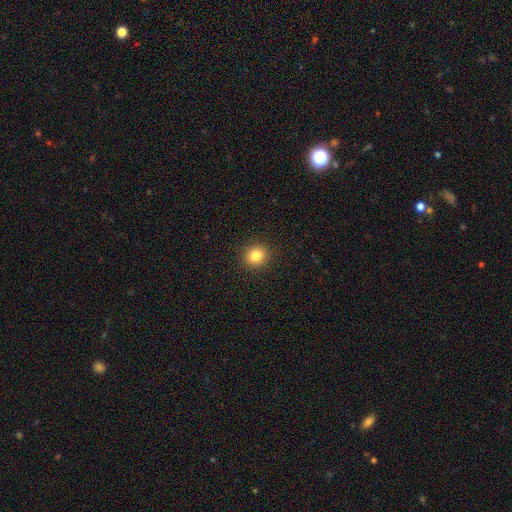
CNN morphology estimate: Smooth or featured: smooth — 83% (star or artifact — 12%)
How rounded: round — 92% (in between — 7%)
Merging: none — 92% (minor disturbance — 5%)